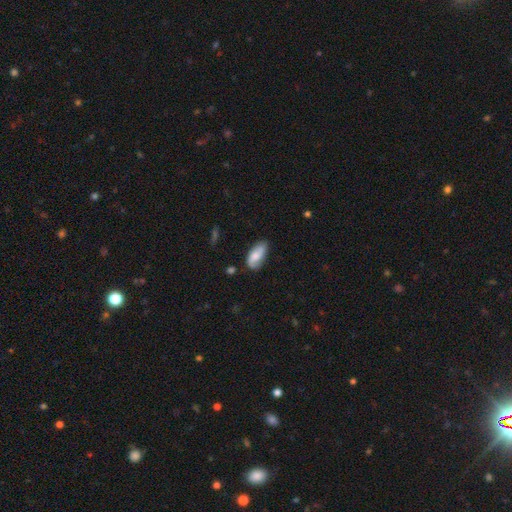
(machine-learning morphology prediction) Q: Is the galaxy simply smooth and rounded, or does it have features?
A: smooth — 67%.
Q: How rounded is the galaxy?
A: in between — 91%.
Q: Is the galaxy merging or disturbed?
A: none — 62%.